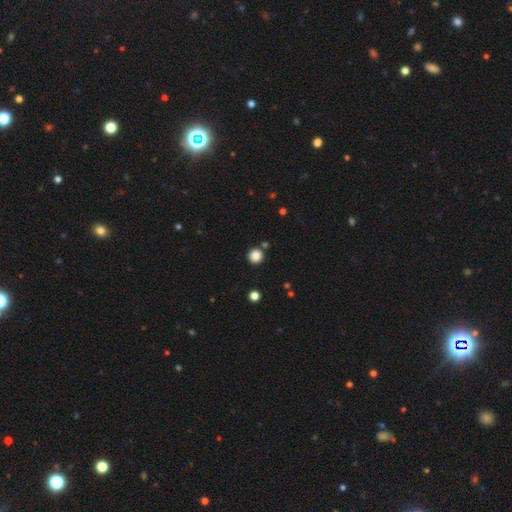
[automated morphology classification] The model was most divided on "smooth or featured": smooth: 85%, star or artifact: 11%, featured or disk: 3%. More confident: how rounded — round (95%); merging — none (87%).